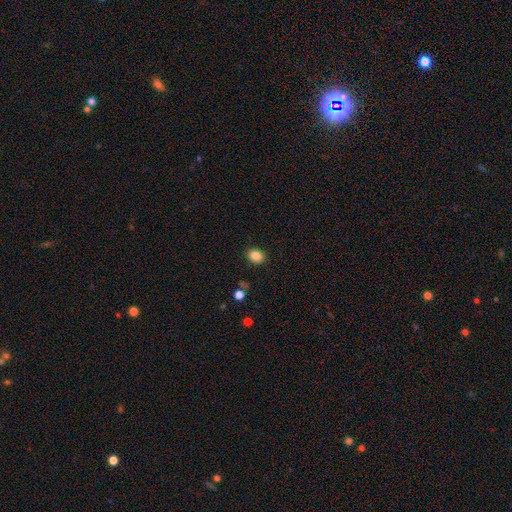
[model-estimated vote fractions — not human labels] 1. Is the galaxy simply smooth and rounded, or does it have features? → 84% smooth, 10% star or artifact, 5% featured or disk.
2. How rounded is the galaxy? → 53% in between, 46% round, 1% cigar-shaped.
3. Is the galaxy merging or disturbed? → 88% none, 8% minor disturbance, 2% major disturbance, 1% merger.